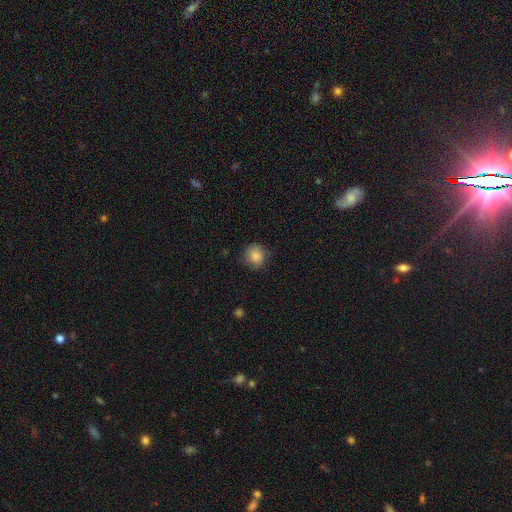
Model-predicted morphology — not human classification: Q: Smooth or featured?
A: smooth (86%); runner-up: star or artifact (9%)
Q: How rounded?
A: round (88%); runner-up: in between (11%)
Q: Merging?
A: none (82%); runner-up: minor disturbance (14%)